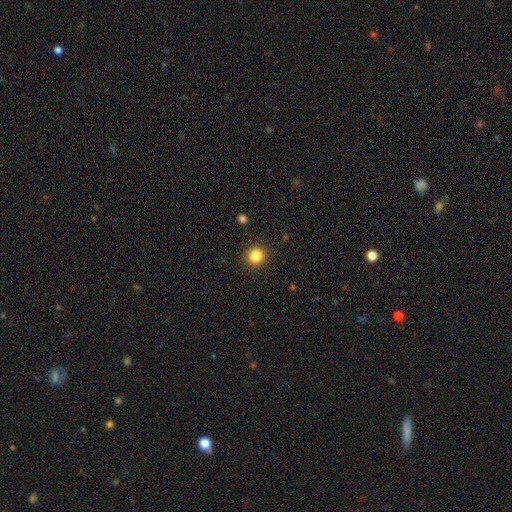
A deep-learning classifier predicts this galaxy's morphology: Smooth or featured? smooth (85%)
How rounded? round (91%)
Merging? none (90%)